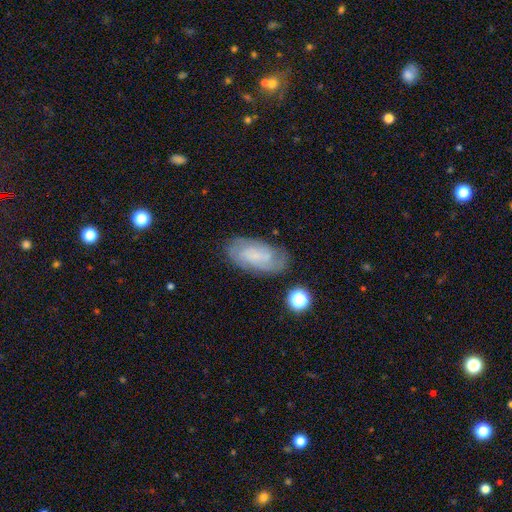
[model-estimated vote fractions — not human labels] smooth-or-featured: featured or disk: 51% | smooth: 40% | star or artifact: 9%
  disk-edge-on: no: 94% | yes: 6%
  merging: none: 73% | minor disturbance: 18% | major disturbance: 6% | merger: 3%